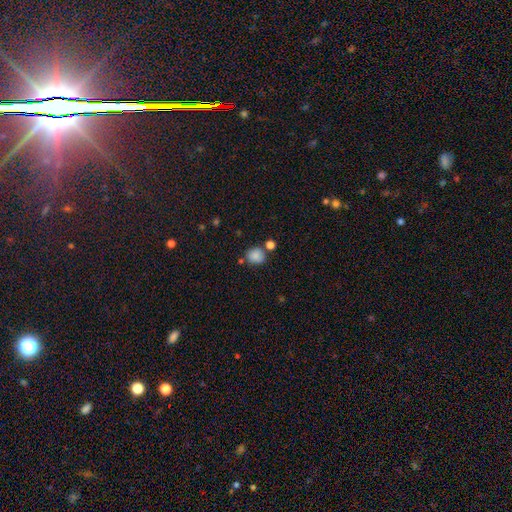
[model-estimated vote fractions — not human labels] Overall: smooth (84%). How rounded: round (80%). Merging: none (69%).